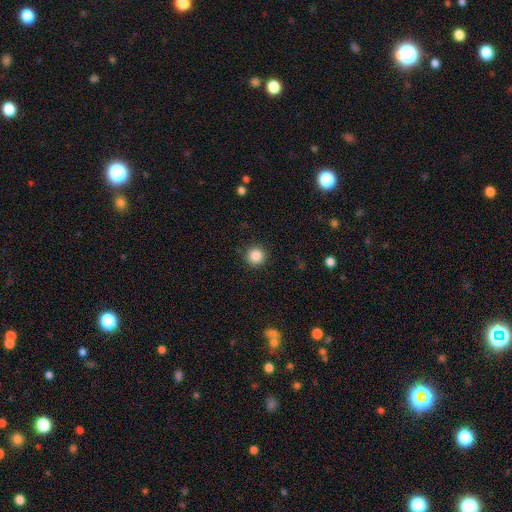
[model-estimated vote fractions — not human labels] This appears to be a smooth galaxy with no disk features (86%) that is round (95%). Merging: none (91%).